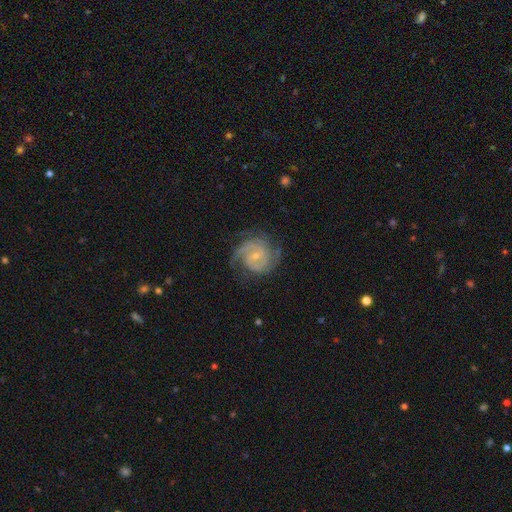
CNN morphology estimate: A featured or disk galaxy (89%) with no bar (48%), 2 (51%) tight (56%) spiral arms (98%) and a small central bulge (71%). Merging: none (73%).